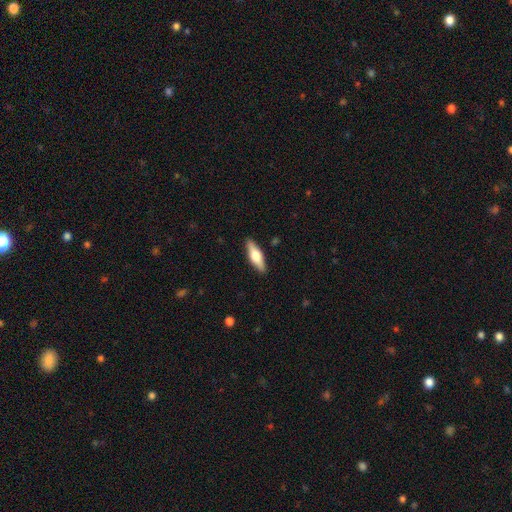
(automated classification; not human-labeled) smooth_or_featured: featured or disk (p=0.48) [alt: smooth p=0.46]
merging: none (p=0.89) [alt: minor disturbance p=0.08]